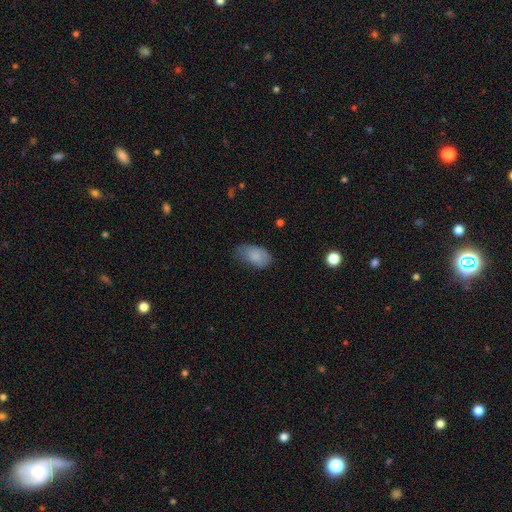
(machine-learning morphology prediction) Smooth or featured? smooth (83%)
How rounded? in between (93%)
Merging? none (53%)